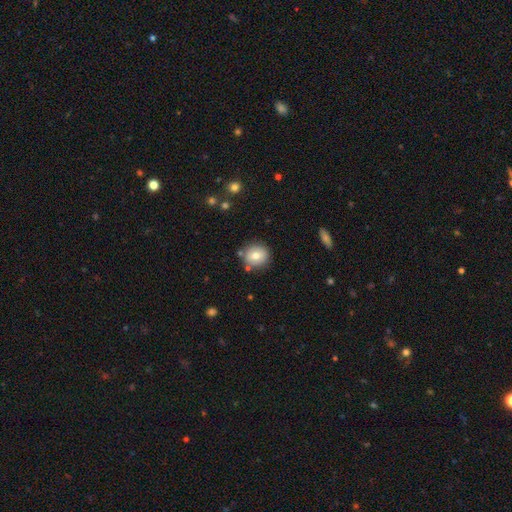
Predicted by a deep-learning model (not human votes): This appears to be a smooth galaxy with no disk features (75%) that is round (87%). Merging: none (82%).